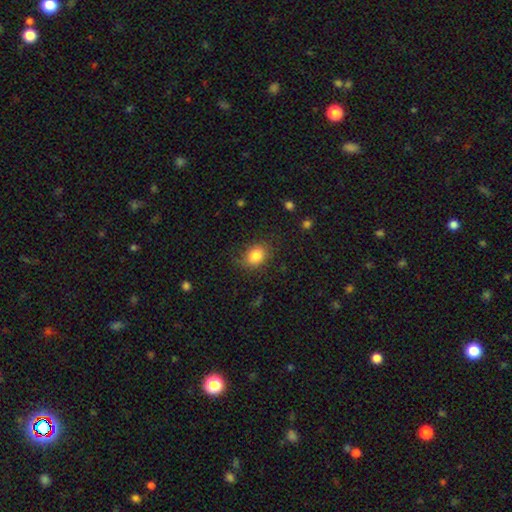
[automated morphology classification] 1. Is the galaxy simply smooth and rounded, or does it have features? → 84% smooth, 9% star or artifact, 7% featured or disk.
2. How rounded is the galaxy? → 62% in between, 37% round, 1% cigar-shaped.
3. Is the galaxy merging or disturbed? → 77% none, 16% minor disturbance, 5% major disturbance, 1% merger.